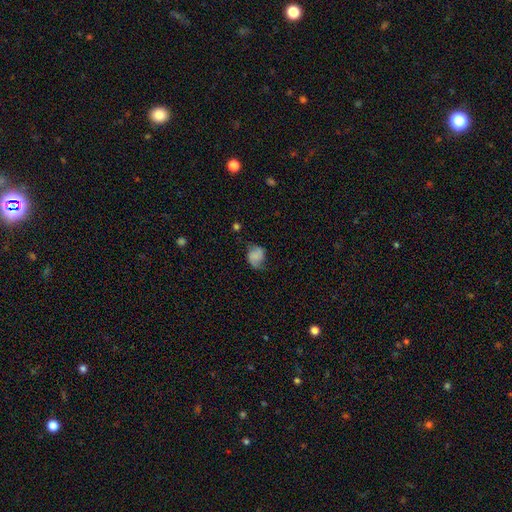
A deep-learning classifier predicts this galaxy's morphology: A smooth galaxy with no disk features (54%) that is round (52%).

Vote fractions:
- Smooth or featured? smooth: 54% / featured or disk: 35% / star or artifact: 11%
- How rounded? round: 52% / in between: 47% / cigar-shaped: 1%
- Merging? none: 52% / minor disturbance: 30% / major disturbance: 16% / merger: 2%